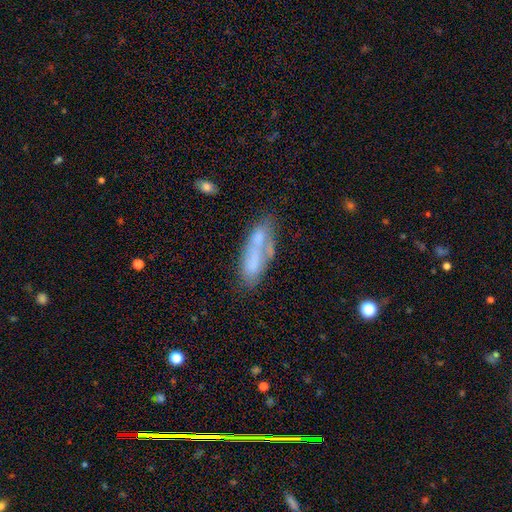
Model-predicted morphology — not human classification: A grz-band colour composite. It shows a smooth galaxy with no disk features (51%) that is cigar-shaped (50%). Merging: none (49%).